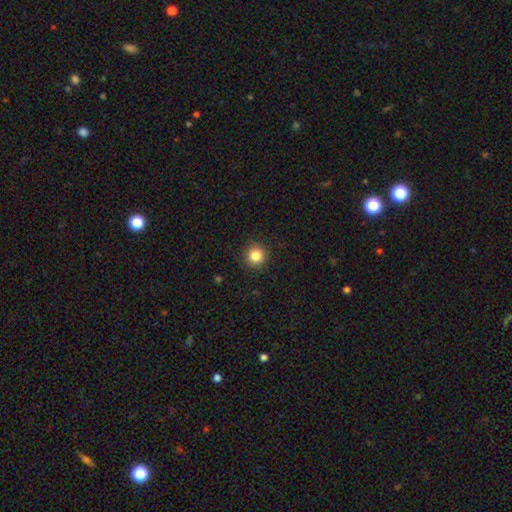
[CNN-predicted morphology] Overall: smooth (84%). How rounded: round (94%). Merging: none (92%).